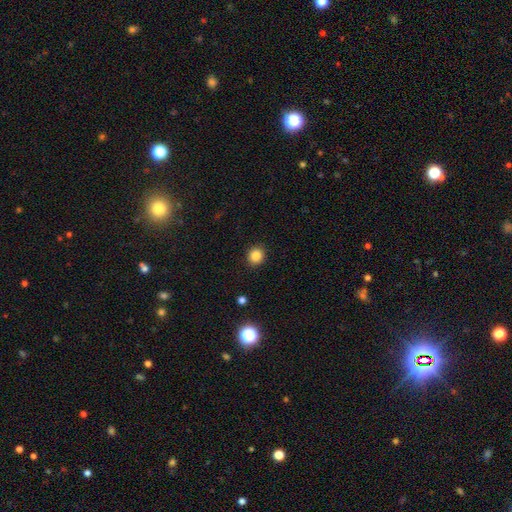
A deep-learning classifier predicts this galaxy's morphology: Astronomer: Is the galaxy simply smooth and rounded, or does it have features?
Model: smooth — 84%.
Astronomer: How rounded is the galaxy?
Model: round — 82%.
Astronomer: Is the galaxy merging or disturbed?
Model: none — 91%.